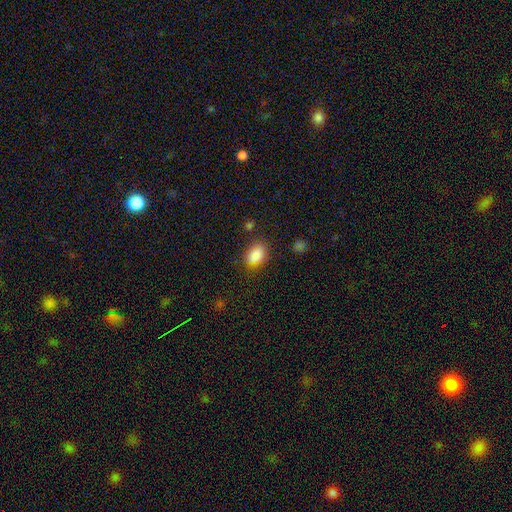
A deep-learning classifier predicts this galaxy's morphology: A smooth galaxy with no disk features (85%) that is in between round and cigar-shaped (79%).

Vote fractions:
- Smooth or featured? smooth: 85% / star or artifact: 9% / featured or disk: 6%
- How rounded? in between: 79% / round: 19% / cigar-shaped: 2%
- Merging? none: 74% / minor disturbance: 17% / major disturbance: 5% / merger: 3%